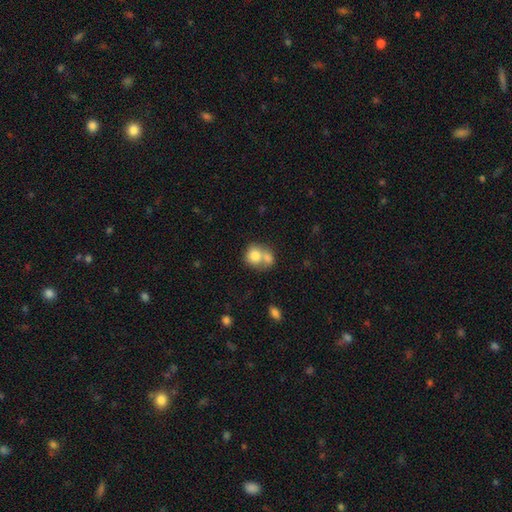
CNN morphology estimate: smooth 78%, featured or disk 14%, star or artifact 8%. Down the decision tree: how rounded — round (73%); merging — merger (59%).